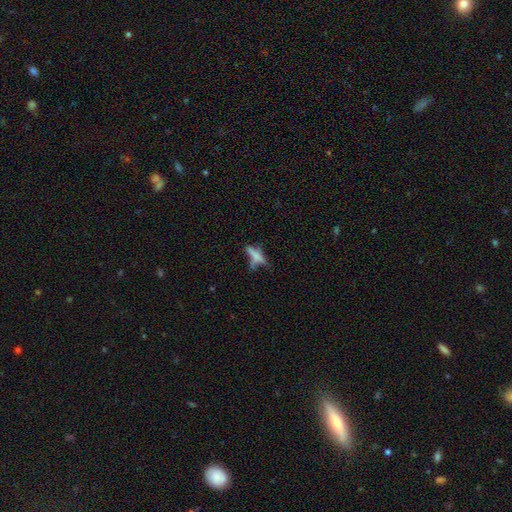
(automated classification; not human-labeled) Smooth or featured? smooth (55%)
How rounded? cigar-shaped (62%)
Merging? none (39%)